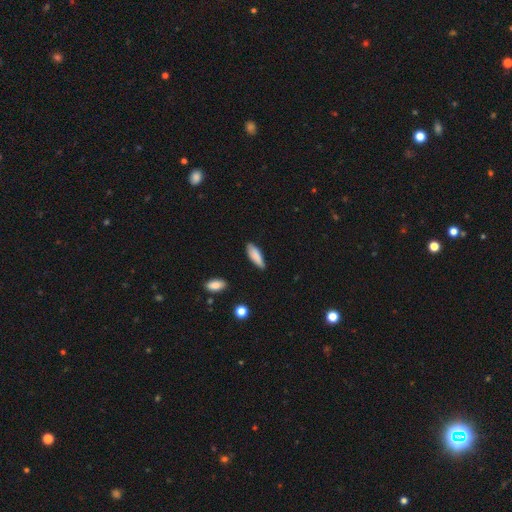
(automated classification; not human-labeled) Smooth or featured? smooth (85%)
How rounded? in between (53%)
Merging? none (77%)